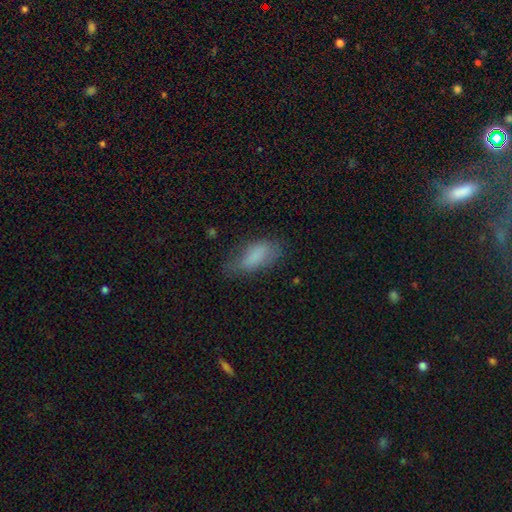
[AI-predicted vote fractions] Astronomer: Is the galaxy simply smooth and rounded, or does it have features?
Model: smooth — 79%.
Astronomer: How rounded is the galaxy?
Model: in between — 82%.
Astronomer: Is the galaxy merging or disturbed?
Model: none — 57%.